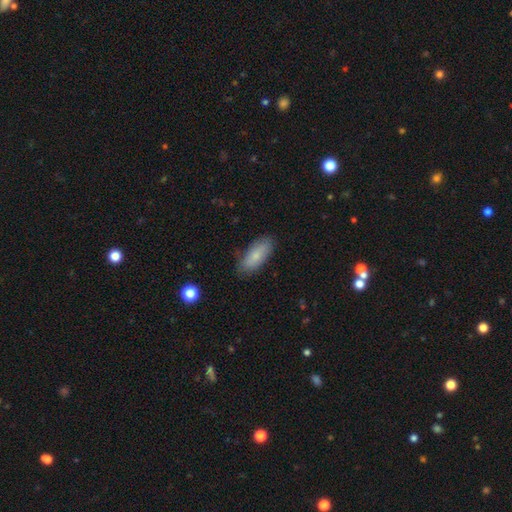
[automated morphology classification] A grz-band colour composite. It shows a smooth galaxy with no disk features (81%) that is in between round and cigar-shaped (79%). Merging: none (81%).